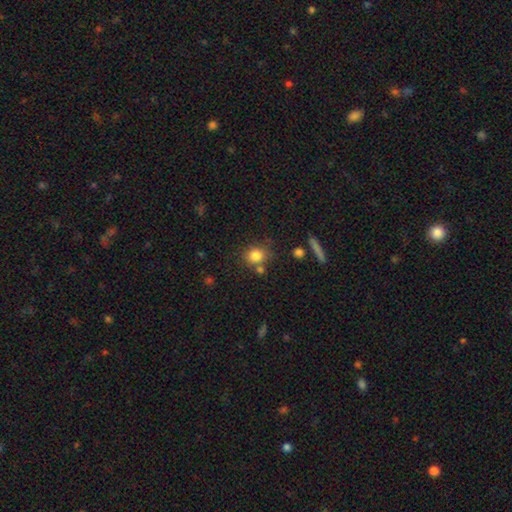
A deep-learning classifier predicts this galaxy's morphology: A smooth galaxy with no disk features (82%) that is round (75%). Merging: none (70%).